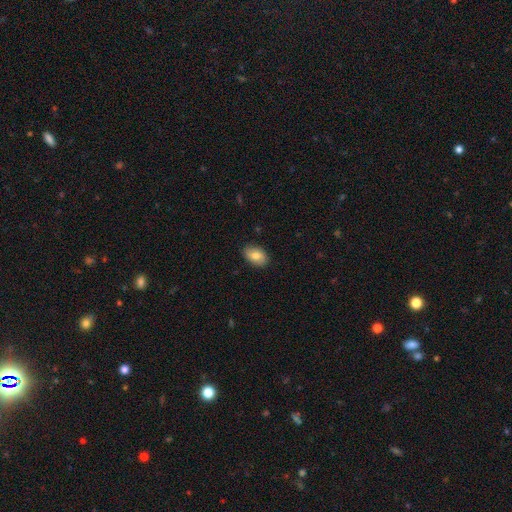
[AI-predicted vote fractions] A smooth galaxy with no disk features (76%) that is in between round and cigar-shaped (88%). Merging: none (86%).